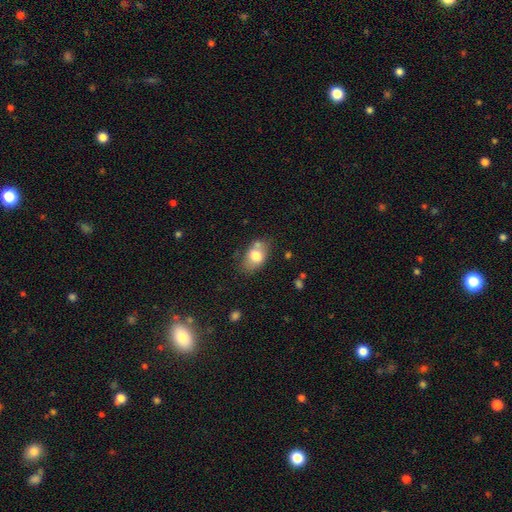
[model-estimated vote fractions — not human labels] smooth-or-featured: smooth: 73% | featured or disk: 19% | star or artifact: 8%
  how-rounded: in between: 82% | round: 16% | cigar-shaped: 2%
  merging: none: 60% | minor disturbance: 20% | merger: 14% | major disturbance: 6%